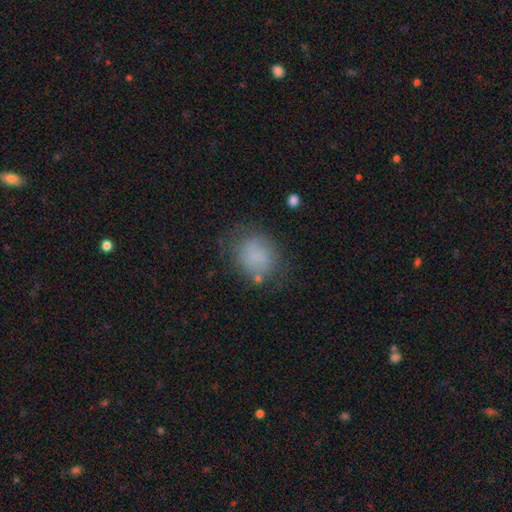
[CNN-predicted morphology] type=smooth (74%); roundness=round (60%); merging=none (65%).